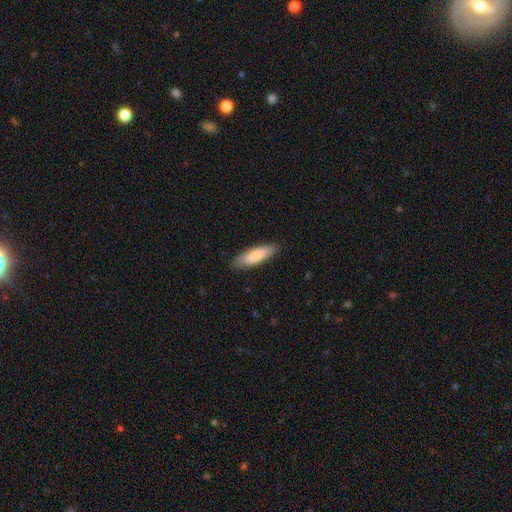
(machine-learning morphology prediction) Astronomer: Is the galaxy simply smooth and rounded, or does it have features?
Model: smooth — 79%.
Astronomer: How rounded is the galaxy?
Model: cigar-shaped — 55% (runner-up: in between, 44%).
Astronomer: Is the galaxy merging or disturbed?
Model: none — 84%.